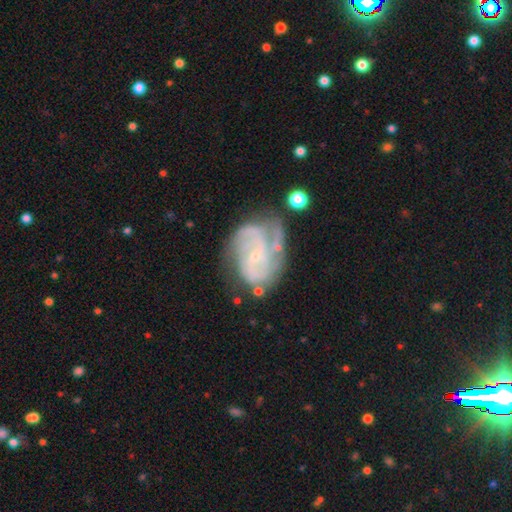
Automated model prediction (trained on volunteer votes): This appears to be a featured or disk galaxy (85%) with no bar (60%), 2 (36%) tight (47%) spiral arms (95%) and a small central bulge (81%). Merging: none (54%).